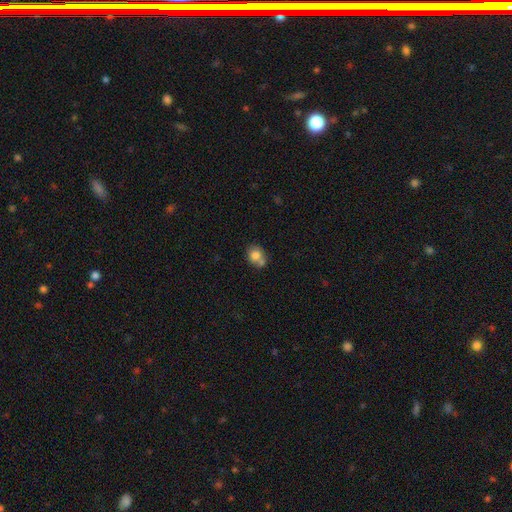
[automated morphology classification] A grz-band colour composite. It shows a smooth galaxy with no disk features (78%) that is round (66%). Merging: none (46%).